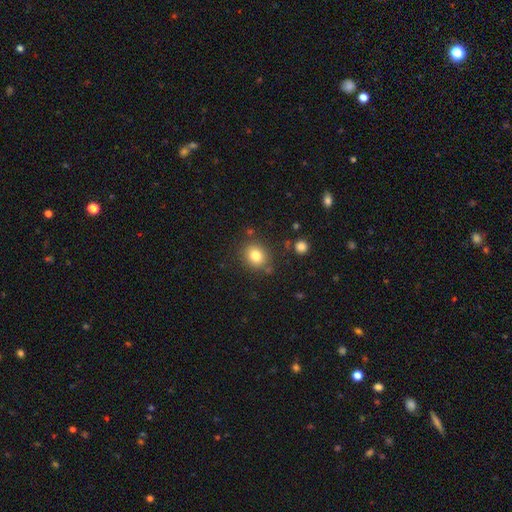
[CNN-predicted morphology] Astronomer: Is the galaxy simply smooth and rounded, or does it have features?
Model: smooth — 81%.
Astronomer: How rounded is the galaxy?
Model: round — 69%.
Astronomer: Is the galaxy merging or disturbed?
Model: none — 81%.